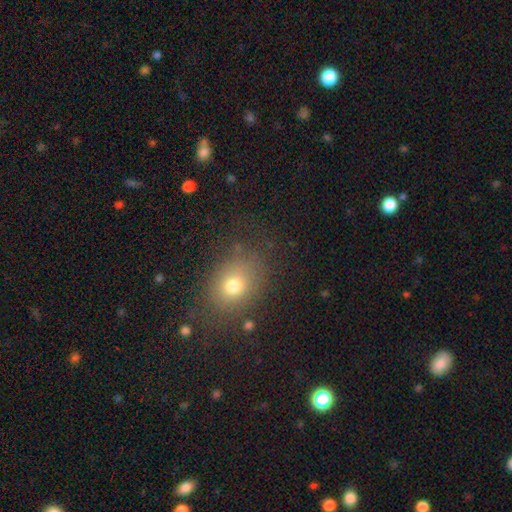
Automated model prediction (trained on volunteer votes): A smooth galaxy with no disk features (66%) that is round (50%).

Vote fractions:
- Smooth or featured? smooth: 66% / star or artifact: 25% / featured or disk: 9%
- How rounded? round: 50% / in between: 49% / cigar-shaped: 1%
- Merging? none: 86% / minor disturbance: 9% / major disturbance: 3% / merger: 2%